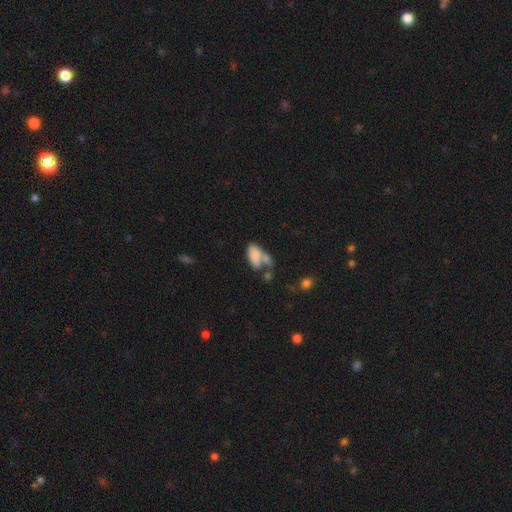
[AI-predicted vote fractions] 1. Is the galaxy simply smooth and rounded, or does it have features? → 77% smooth, 14% featured or disk, 8% star or artifact.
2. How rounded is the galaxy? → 92% in between, 4% cigar-shaped, 3% round.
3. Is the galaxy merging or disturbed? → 43% merger, 28% none, 16% minor disturbance, 14% major disturbance.